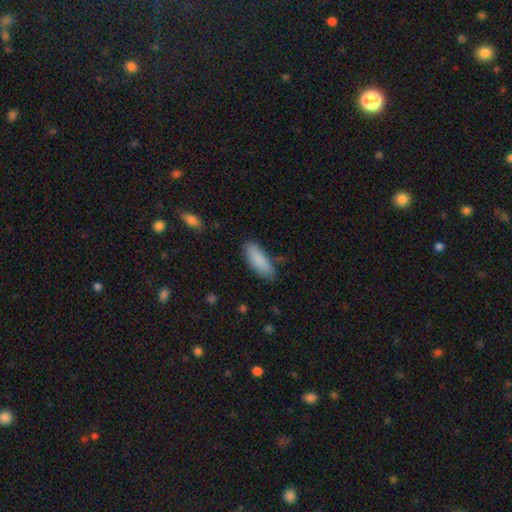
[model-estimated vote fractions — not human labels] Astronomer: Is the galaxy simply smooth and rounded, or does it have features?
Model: smooth — 88%.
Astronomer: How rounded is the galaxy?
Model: in between — 65%.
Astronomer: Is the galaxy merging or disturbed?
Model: none — 82%.